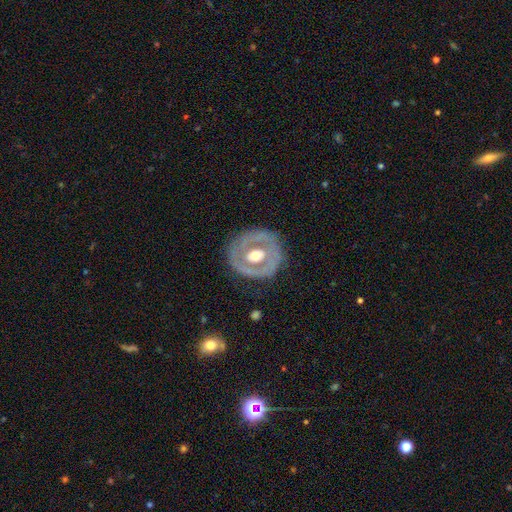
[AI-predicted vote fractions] A featured or disk galaxy (68%) with no bar (68%), no spiral arms (71%) and a moderate central bulge (70%).

Vote fractions:
- Smooth or featured? featured or disk: 68% / smooth: 27% / star or artifact: 5%
- Edge-on disk? no: 95% / yes: 5%
- Bar? no: 68% / weak: 22% / strong: 10%
- Spiral arms? no: 71% / yes: 29%
- Bulge size? moderate: 70% / large: 18% / small: 9% / dominant: 1% / none: 1%
- Merging? none: 75% / minor disturbance: 16% / major disturbance: 8% / merger: 2%